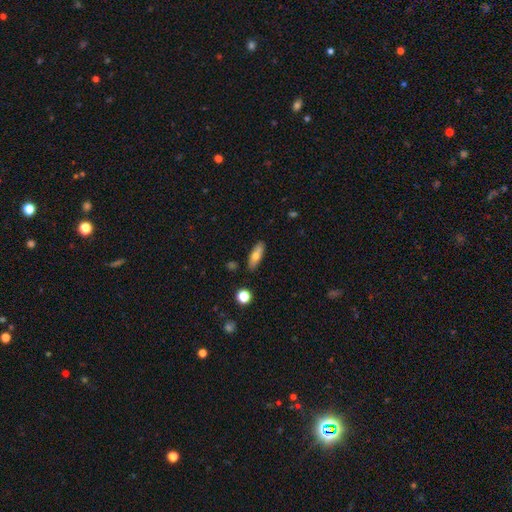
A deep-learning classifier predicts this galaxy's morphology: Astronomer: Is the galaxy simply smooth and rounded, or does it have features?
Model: smooth — 64%.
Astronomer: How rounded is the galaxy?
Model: in between — 57% (runner-up: cigar-shaped, 39%).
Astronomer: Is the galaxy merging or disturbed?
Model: none — 82%.